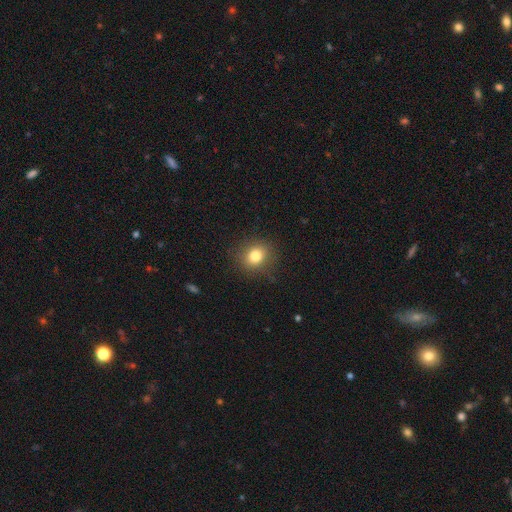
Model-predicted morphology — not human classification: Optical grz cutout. It shows a smooth galaxy with no disk features (80%) that is round (75%). Merging: none (87%).